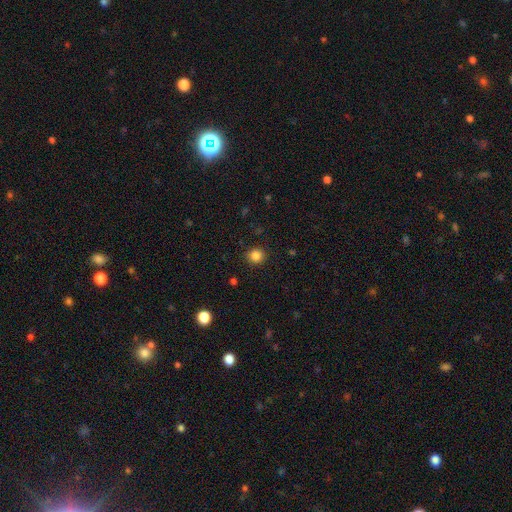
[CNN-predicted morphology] Smooth or featured?
  - smooth: 84% *
  - star or artifact: 12%
  - featured or disk: 4%
How rounded?
  - round: 91% *
  - in between: 8%
  - cigar-shaped: 1%
Merging?
  - none: 91% *
  - minor disturbance: 6%
  - major disturbance: 2%
  - merger: 1%